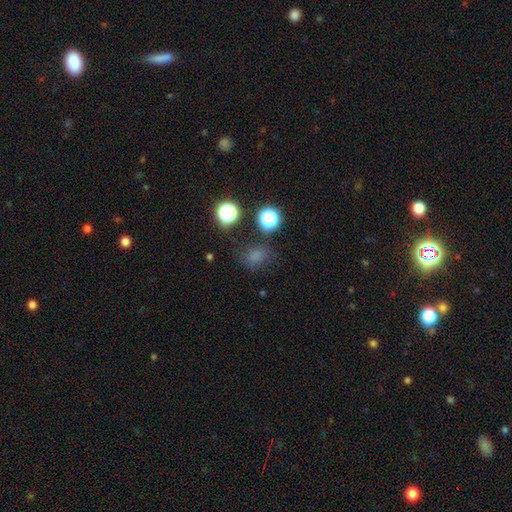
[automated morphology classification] Smooth or featured?
  - smooth: 66% *
  - star or artifact: 25%
  - featured or disk: 9%
How rounded?
  - round: 53% *
  - in between: 46%
  - cigar-shaped: 2%
Merging?
  - none: 64% *
  - minor disturbance: 21%
  - major disturbance: 11%
  - merger: 4%